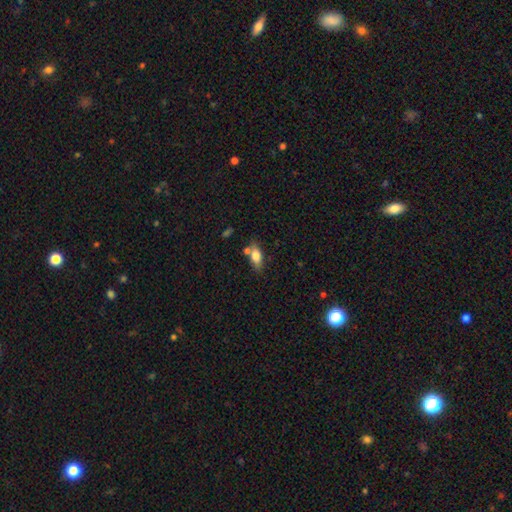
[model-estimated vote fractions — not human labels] This appears to be a smooth galaxy with no disk features (73%) that is in between round and cigar-shaped (79%). Merging: none (65%).